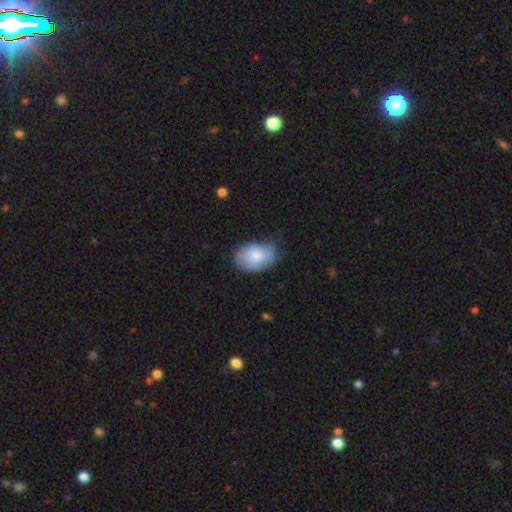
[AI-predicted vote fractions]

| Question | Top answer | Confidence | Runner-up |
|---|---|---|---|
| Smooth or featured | smooth | 77% | featured or disk (16%) |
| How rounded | in between | 85% | round (14%) |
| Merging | none | 61% | minor disturbance (30%) |